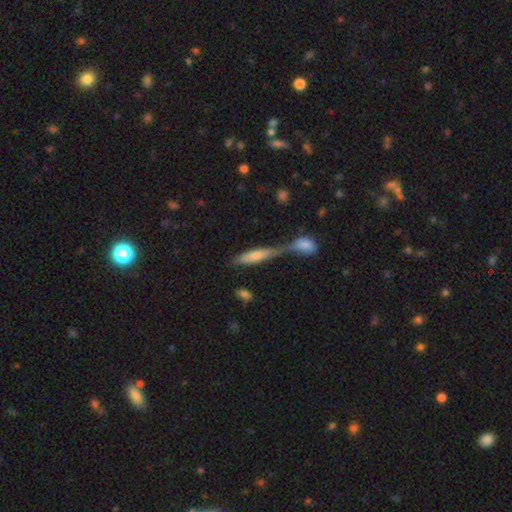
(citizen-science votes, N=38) Overall: smooth (71%). How rounded: cigar-shaped (85%). Merging: none (40%, tied with merger).